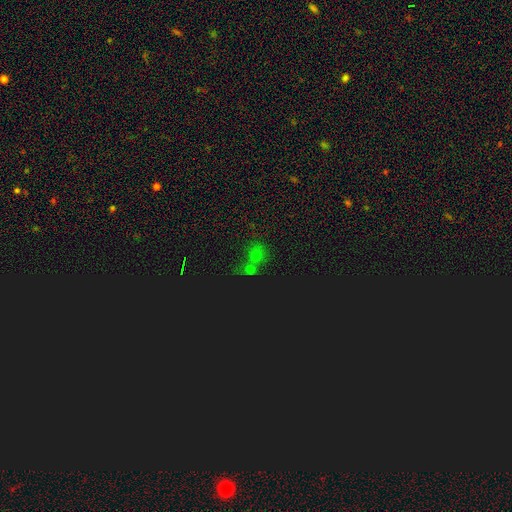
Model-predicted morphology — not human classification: Smooth or featured: smooth — 51% (star or artifact — 38%)
How rounded: round — 82% (in between — 17%)
Merging: merger — 55% (none — 34%)